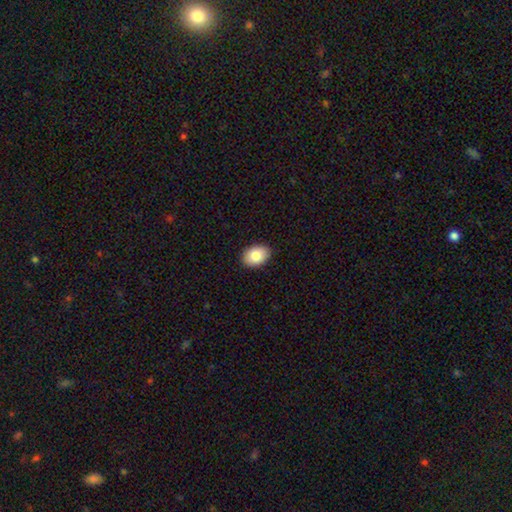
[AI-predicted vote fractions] smooth-or-featured: smooth: 85% | featured or disk: 8% | star or artifact: 7%
  how-rounded: in between: 83% | round: 16% | cigar-shaped: 1%
  merging: none: 89% | minor disturbance: 8% | major disturbance: 2% | merger: 1%